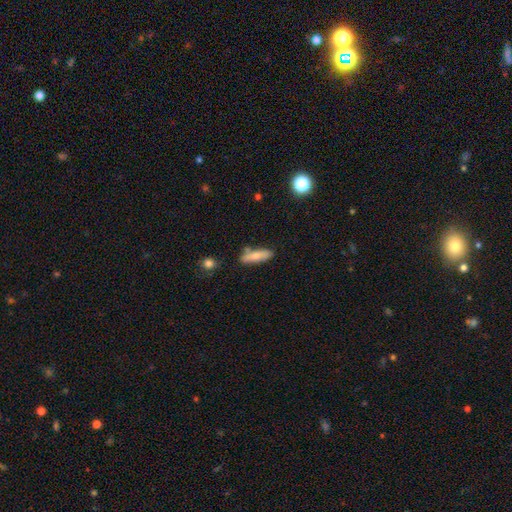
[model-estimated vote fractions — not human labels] Smooth or featured? Predicted: smooth (p=0.73). How rounded? Predicted: cigar-shaped (p=0.57). Merging? Predicted: none (p=0.68).